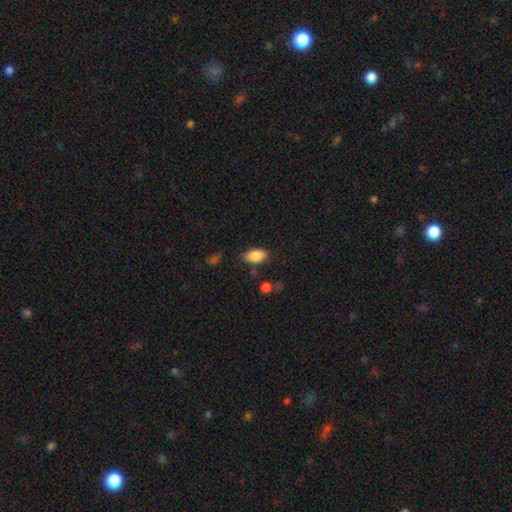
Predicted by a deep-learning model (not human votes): Smooth or featured: smooth — 86% (star or artifact — 8%)
How rounded: in between — 92% (cigar-shaped — 4%)
Merging: none — 80% (minor disturbance — 13%)